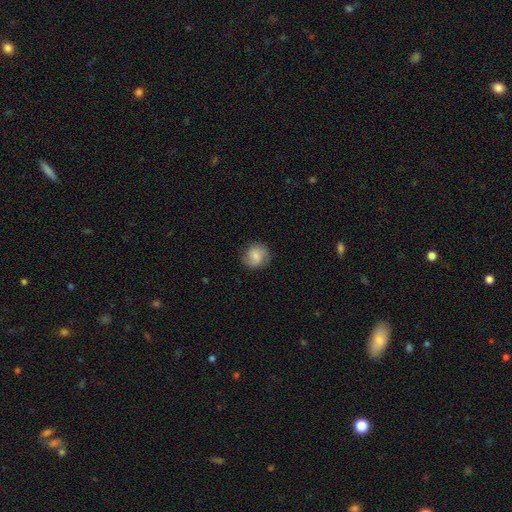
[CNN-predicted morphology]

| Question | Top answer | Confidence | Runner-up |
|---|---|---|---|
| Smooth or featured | smooth | 62% | featured or disk (30%) |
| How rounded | round | 84% | in between (15%) |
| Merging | none | 80% | minor disturbance (15%) |